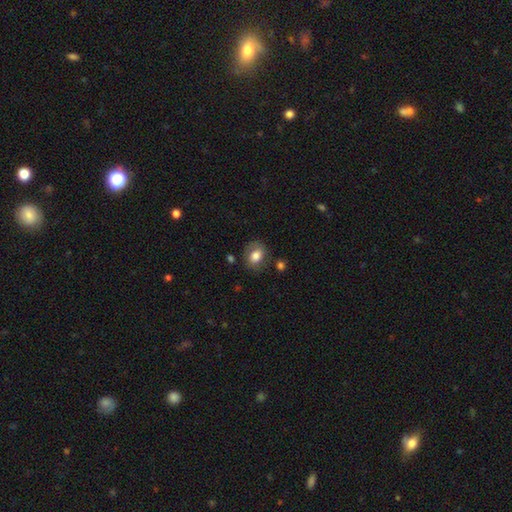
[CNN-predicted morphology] Overall: smooth (76%). How rounded: in between (54%; round 45%). Merging: none (73%).